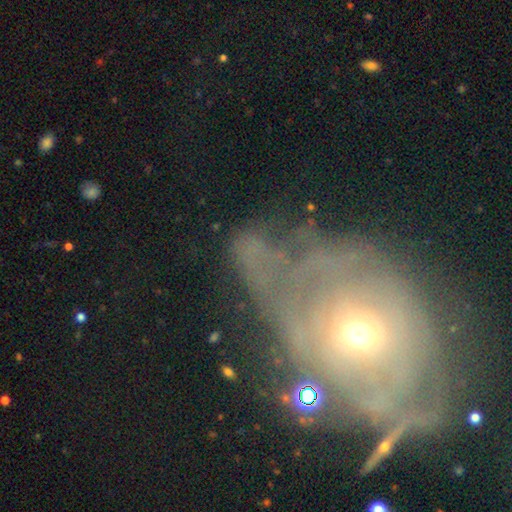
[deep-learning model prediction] This is possibly a featured or disk galaxy (53%). It is clearly not viewed edge-on (92%). Merging: marginally major disturbance (39%).